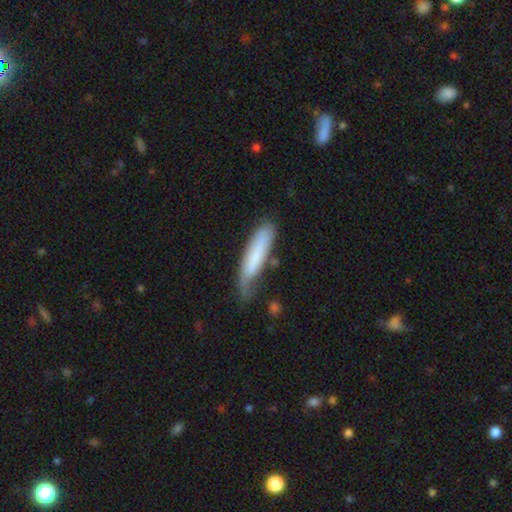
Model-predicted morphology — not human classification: A smooth galaxy with no disk features (71%) that is cigar-shaped (80%).

Vote fractions:
- Smooth or featured? smooth: 71% / featured or disk: 23% / star or artifact: 6%
- How rounded? cigar-shaped: 80% / in between: 19% / round: 1%
- Merging? none: 47% / minor disturbance: 35% / major disturbance: 14% / merger: 5%